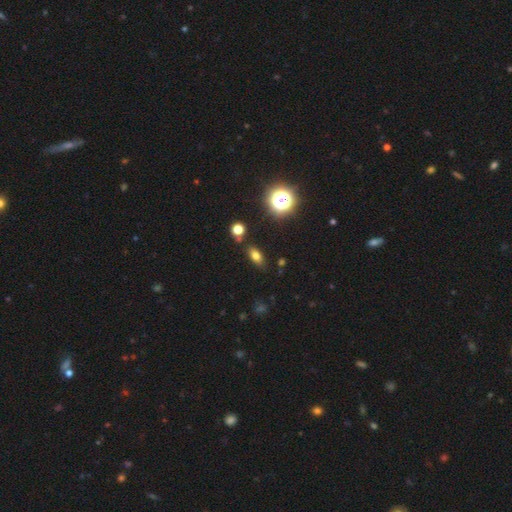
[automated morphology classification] A smooth galaxy with no disk features (71%) that is in between round and cigar-shaped (78%). Merging: none (81%).